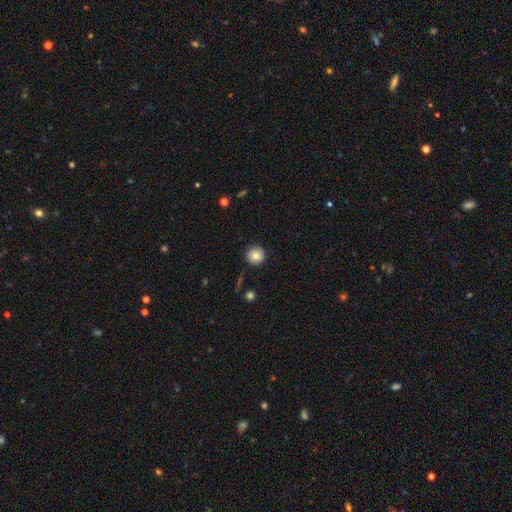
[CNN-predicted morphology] smooth 83%, star or artifact 9%, featured or disk 8%. Down the decision tree: how rounded — round (94%); merging — none (90%).